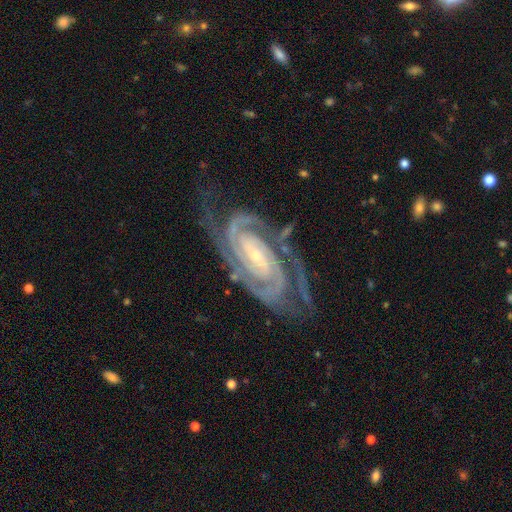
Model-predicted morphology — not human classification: featured or disk 93%, star or artifact 5%, smooth 2%. Down the decision tree: edge-on disk — no (97%); bar — no (34%, tied with weak); spiral arms — yes (99%); spiral arm count — 2 (67%); spiral winding — tight (77%); bulge size — small (74%); merging — none (72%).